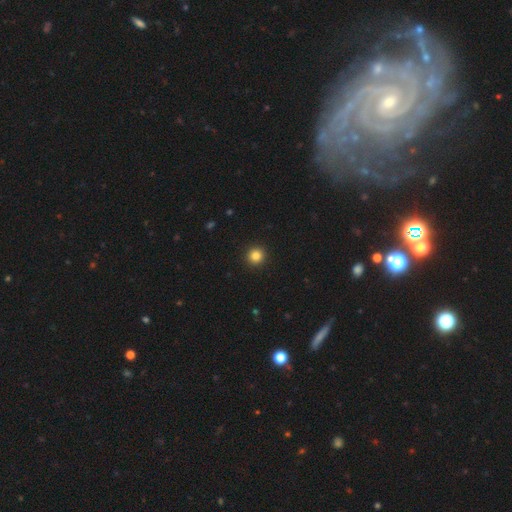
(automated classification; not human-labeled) A smooth galaxy with no disk features (85%) that is round (95%). Merging: none (94%).